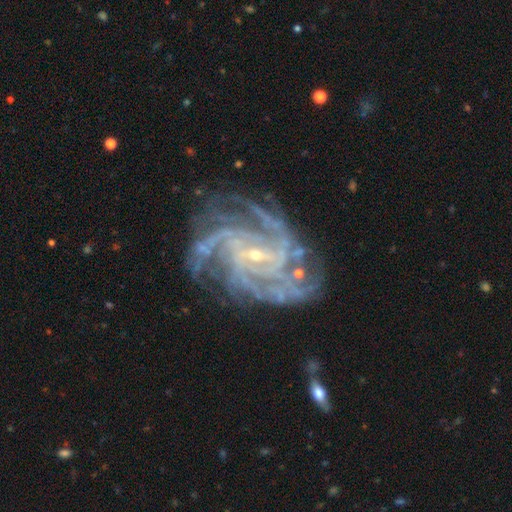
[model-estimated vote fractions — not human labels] Overall: featured or disk (91%). Edge-on disk: no (98%). Bar: weak (43%; no 37%). Spiral arms: yes (98%). Spiral arm count: 4 (32%; more than 4 24%). Spiral winding: tight (57%; medium 36%). Bulge size: small (84%). Merging: none (72%).